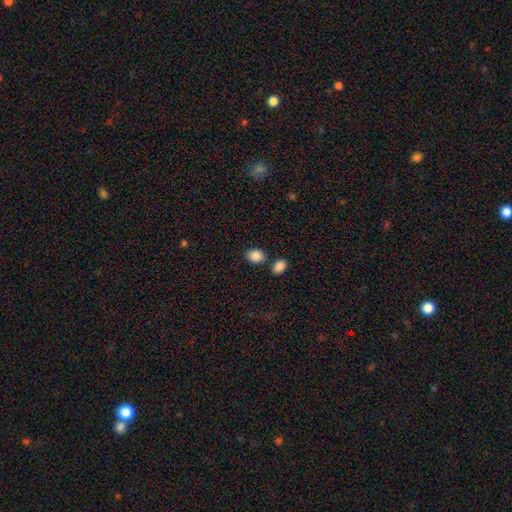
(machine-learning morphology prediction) Overall: smooth (88%). How rounded: in between (60%; round 39%). Merging: none (73%).